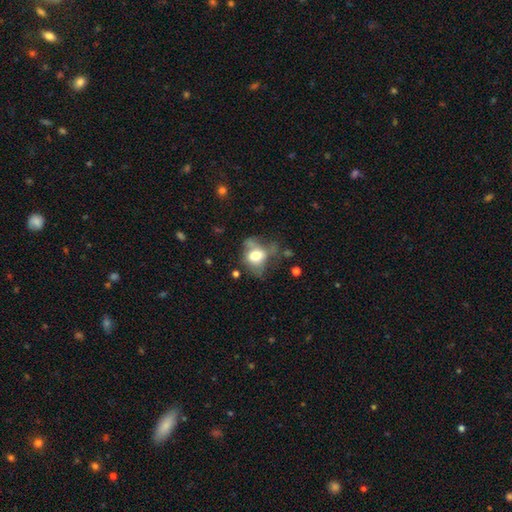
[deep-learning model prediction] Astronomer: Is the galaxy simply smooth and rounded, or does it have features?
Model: smooth — 62%.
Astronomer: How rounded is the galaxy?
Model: in between — 62%.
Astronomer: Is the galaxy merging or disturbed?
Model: none — 33% (runner-up: major disturbance, 30%).